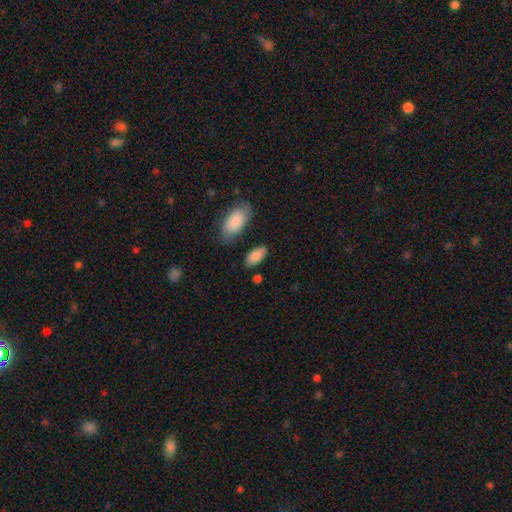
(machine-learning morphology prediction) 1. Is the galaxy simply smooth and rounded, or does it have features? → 86% smooth, 7% featured or disk, 7% star or artifact.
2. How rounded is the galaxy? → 92% in between, 5% cigar-shaped, 3% round.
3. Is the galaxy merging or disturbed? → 77% none, 15% minor disturbance, 5% merger, 4% major disturbance.